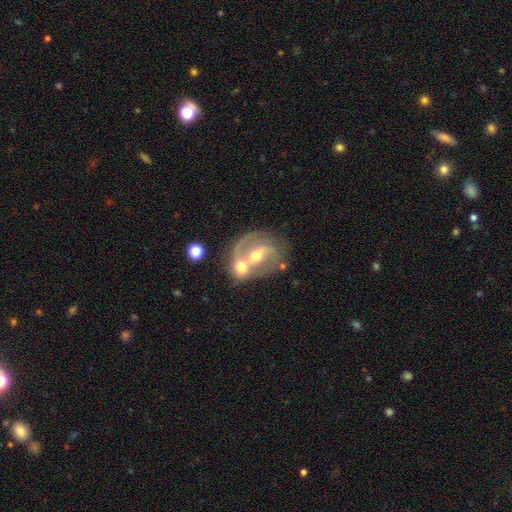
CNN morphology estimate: This appears to be a featured or disk galaxy (75%) with a weak bar (42%), 2 (69%) medium (48%) spiral arms (80%) and a moderate central bulge (68%). Merging: merger (50%).